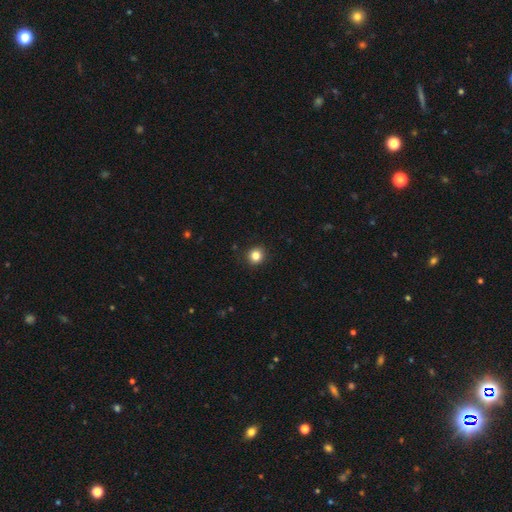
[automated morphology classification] type=smooth (84%); roundness=round (89%); merging=none (92%).